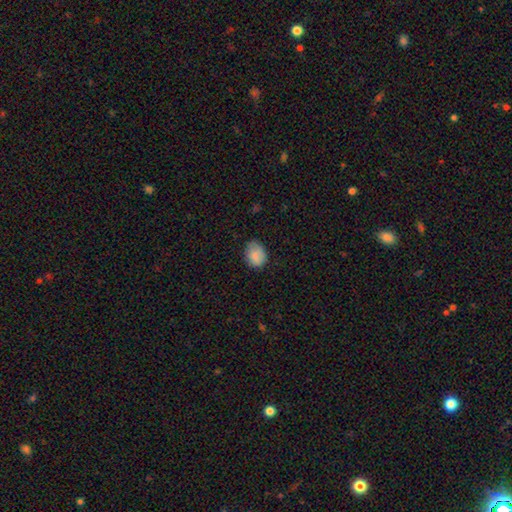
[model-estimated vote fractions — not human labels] Smooth or featured?
  - smooth: 84% *
  - featured or disk: 8%
  - star or artifact: 8%
How rounded?
  - in between: 60% *
  - round: 39%
  - cigar-shaped: 1%
Merging?
  - none: 65% *
  - minor disturbance: 29%
  - major disturbance: 5%
  - merger: 1%